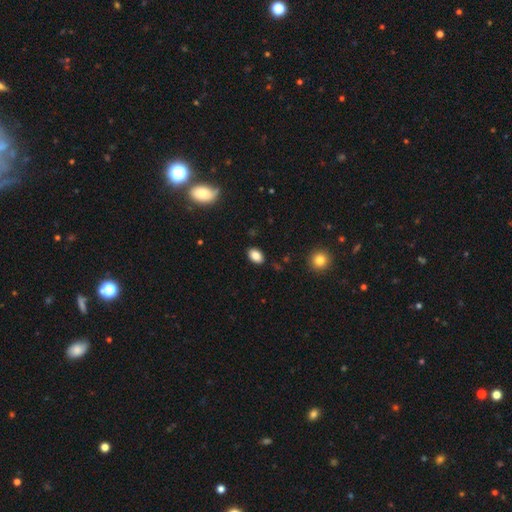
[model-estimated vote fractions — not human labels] A smooth galaxy with no disk features (86%) that is in between round and cigar-shaped (86%).

Vote fractions:
- Smooth or featured? smooth: 86% / star or artifact: 9% / featured or disk: 5%
- How rounded? in between: 86% / round: 12% / cigar-shaped: 1%
- Merging? none: 88% / minor disturbance: 9% / major disturbance: 2% / merger: 1%